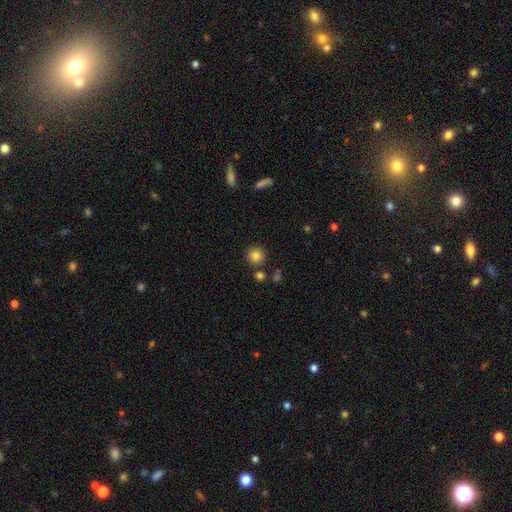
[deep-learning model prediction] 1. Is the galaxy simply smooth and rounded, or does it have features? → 84% smooth, 11% star or artifact, 5% featured or disk.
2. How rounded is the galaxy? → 93% round, 6% in between, 1% cigar-shaped.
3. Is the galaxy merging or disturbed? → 84% none, 7% minor disturbance, 6% merger, 2% major disturbance.